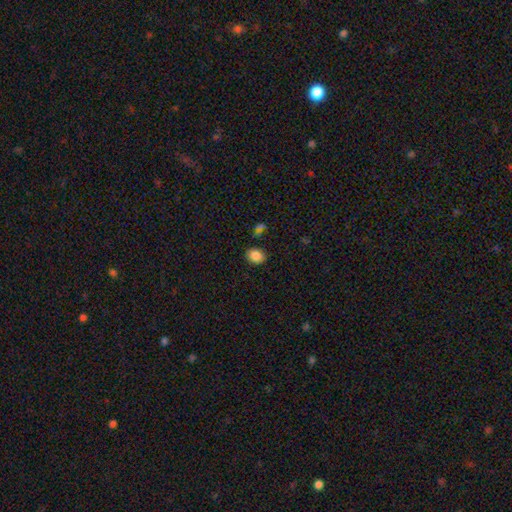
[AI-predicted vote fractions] Smooth or featured? Predicted: smooth (p=0.85). How rounded? Predicted: in between (p=0.51). Merging? Predicted: none (p=0.83).